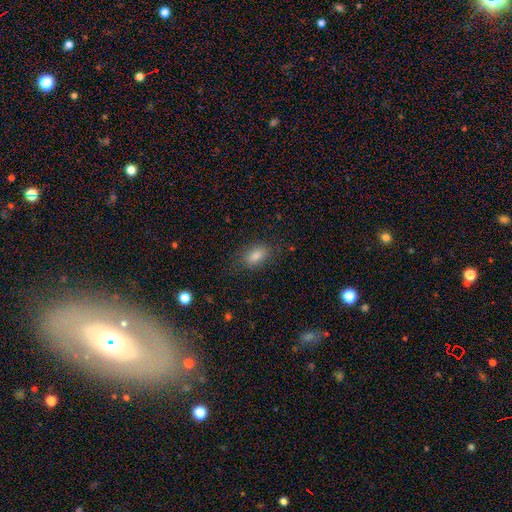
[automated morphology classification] smooth-or-featured: smooth: 80% | star or artifact: 11% | featured or disk: 9%
  how-rounded: in between: 86% | round: 8% | cigar-shaped: 6%
  merging: none: 81% | minor disturbance: 13% | major disturbance: 4% | merger: 1%